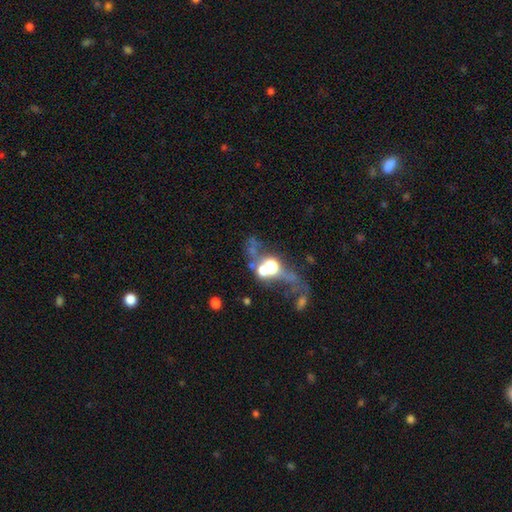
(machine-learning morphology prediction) This is marginally a featured or disk galaxy (44%). Merging: marginally merger (36%).